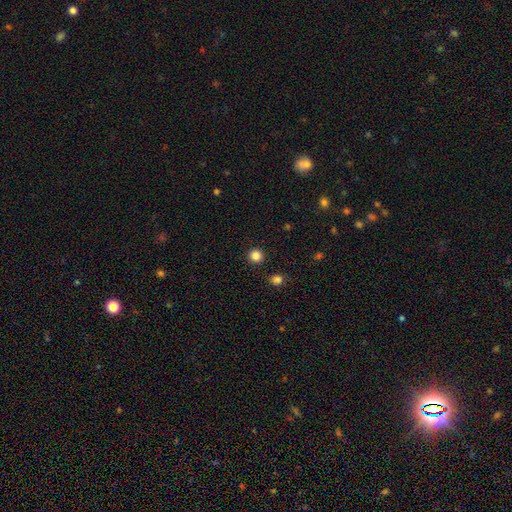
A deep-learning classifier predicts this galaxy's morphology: The model was most divided on "smooth or featured": smooth: 84%, star or artifact: 12%, featured or disk: 3%. More confident: how rounded — round (93%); merging — none (92%).